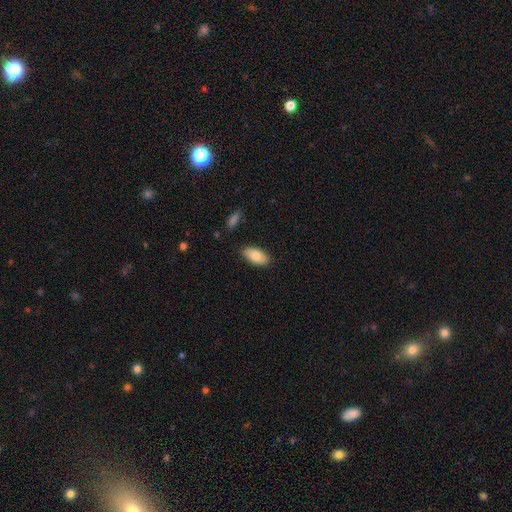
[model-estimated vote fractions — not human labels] A smooth galaxy with no disk features (79%) that is in between round and cigar-shaped (93%).

Vote fractions:
- Smooth or featured? smooth: 79% / featured or disk: 15% / star or artifact: 6%
- How rounded? in between: 93% / cigar-shaped: 5% / round: 2%
- Merging? none: 85% / minor disturbance: 11% / major disturbance: 2% / merger: 2%